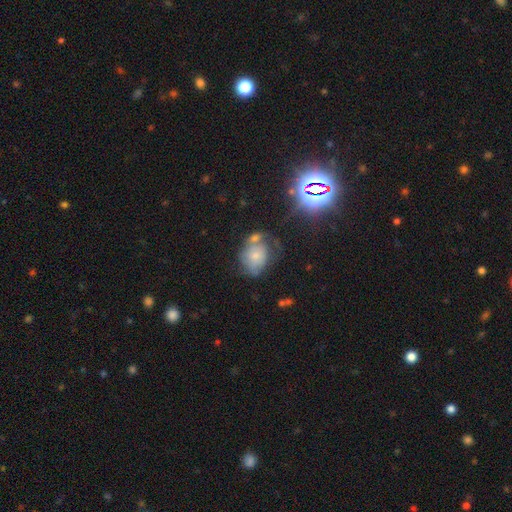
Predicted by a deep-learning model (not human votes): Smooth or featured: smooth — 59% (featured or disk — 30%)
How rounded: in between — 55% (round — 44%)
Merging: none — 31% (merger — 26%)